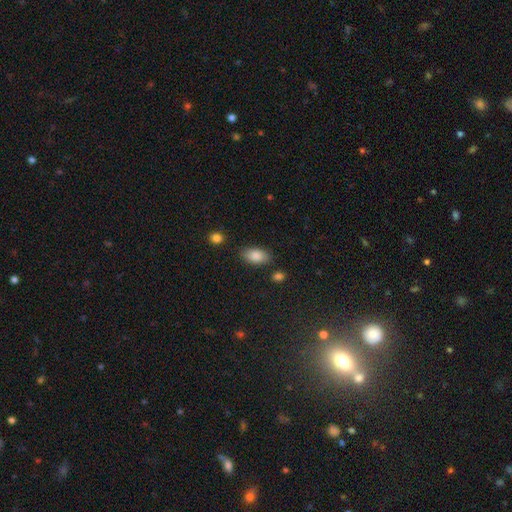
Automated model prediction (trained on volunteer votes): A smooth galaxy with no disk features (86%) that is in between round and cigar-shaped (92%).

Vote fractions:
- Smooth or featured? smooth: 86% / star or artifact: 7% / featured or disk: 6%
- How rounded? in between: 92% / round: 5% / cigar-shaped: 3%
- Merging? none: 81% / minor disturbance: 12% / merger: 4% / major disturbance: 3%